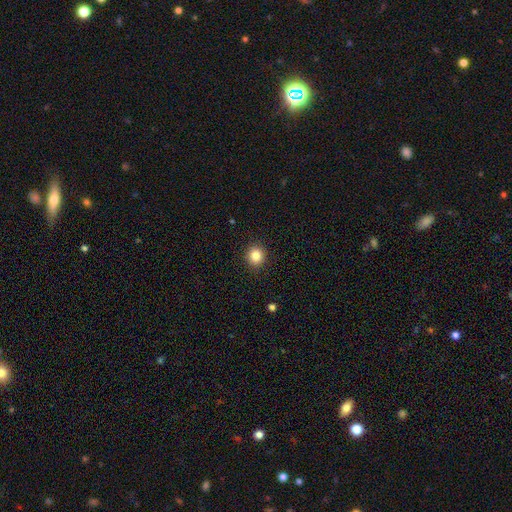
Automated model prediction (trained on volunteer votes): smooth 85%, star or artifact 11%, featured or disk 5%. Down the decision tree: how rounded — round (89%); merging — none (91%).